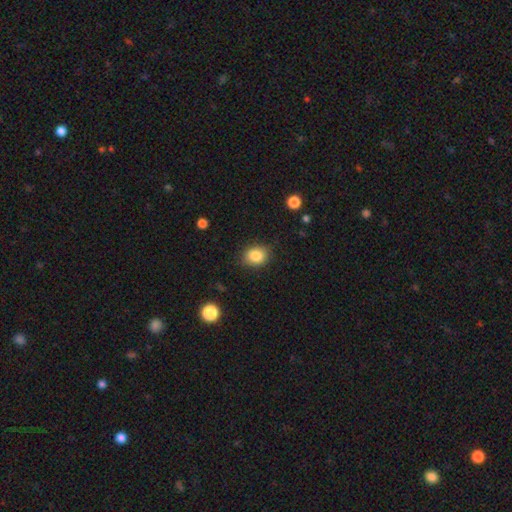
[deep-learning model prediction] A smooth galaxy with no disk features (84%) that is round (56%).

Vote fractions:
- Smooth or featured? smooth: 84% / star or artifact: 10% / featured or disk: 6%
- How rounded? round: 56% / in between: 43% / cigar-shaped: 1%
- Merging? none: 84% / minor disturbance: 12% / major disturbance: 3% / merger: 1%